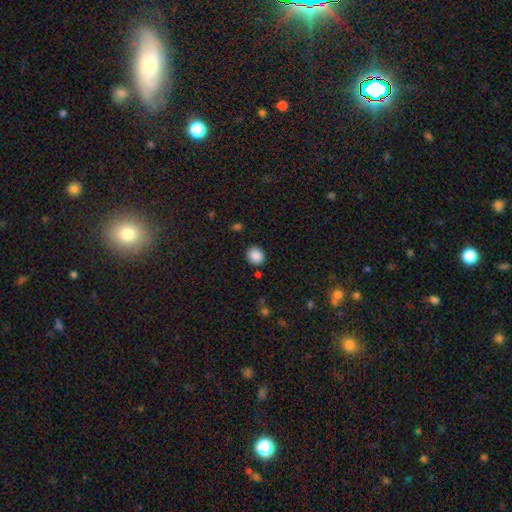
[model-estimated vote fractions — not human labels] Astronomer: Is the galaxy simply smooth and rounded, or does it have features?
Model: smooth — 88%.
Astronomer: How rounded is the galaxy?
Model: round — 75%.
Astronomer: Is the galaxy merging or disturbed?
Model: none — 87%.